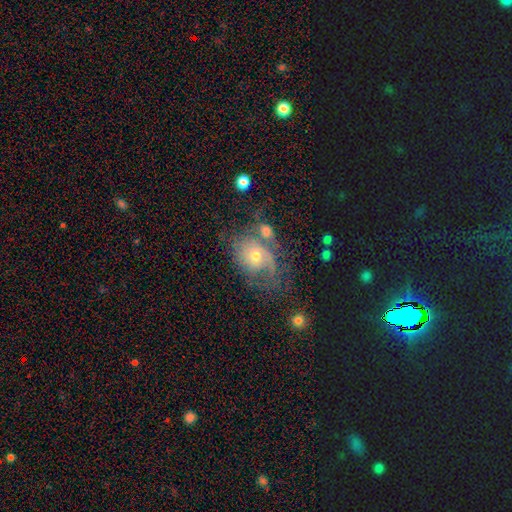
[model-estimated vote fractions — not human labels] smooth_or_featured: featured or disk (p=0.64) [alt: smooth p=0.26]
disk_edge_on: no (p=0.96) [alt: yes p=0.04]
bar: no (p=0.75) [alt: weak p=0.21]
has_spiral_arms: yes (p=0.82) [alt: no p=0.18]
spiral_winding: tight (p=0.39) [alt: medium p=0.38]
spiral_arm_count: 2 (p=0.35) [alt: 1 p=0.29]
bulge_size: moderate (p=0.48) [alt: small p=0.47]
merging: none (p=0.39) [alt: major disturbance p=0.22]